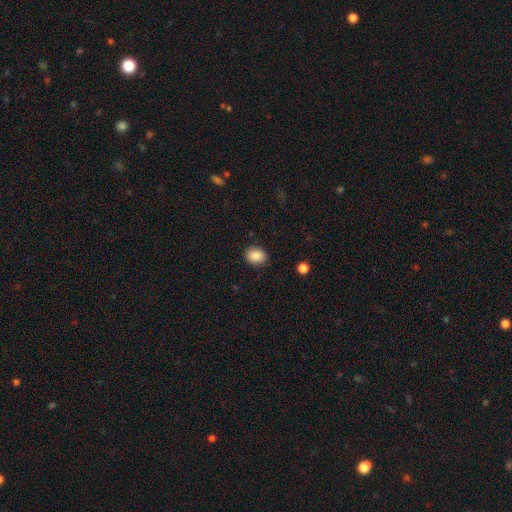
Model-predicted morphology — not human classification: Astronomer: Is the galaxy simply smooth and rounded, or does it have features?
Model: smooth — 87%.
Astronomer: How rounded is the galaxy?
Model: round — 54% (runner-up: in between, 45%).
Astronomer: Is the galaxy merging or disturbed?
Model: none — 87%.